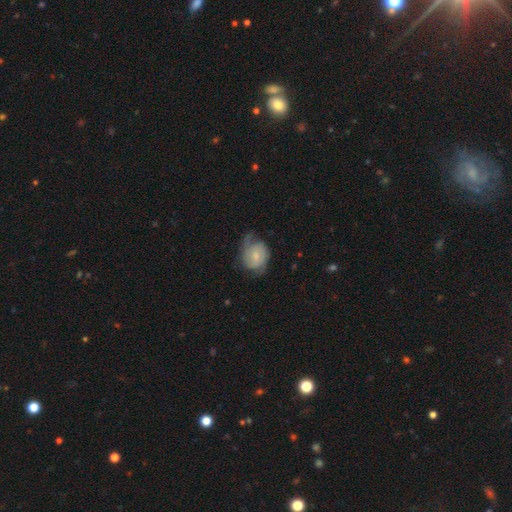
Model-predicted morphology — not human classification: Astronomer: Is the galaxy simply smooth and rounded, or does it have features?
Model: smooth — 47%, tied with featured or disk at 47%.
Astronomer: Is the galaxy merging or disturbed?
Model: none — 43% (runner-up: minor disturbance, 35%).